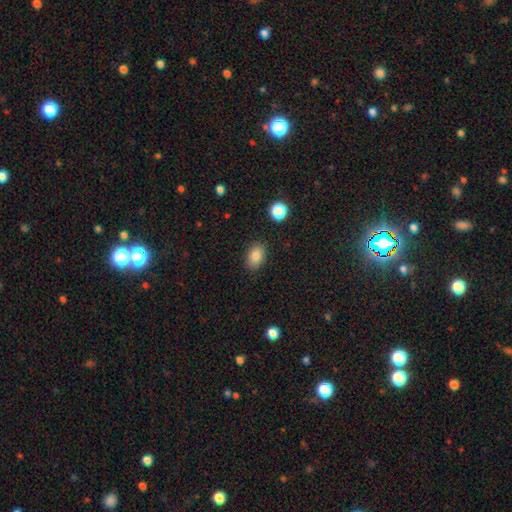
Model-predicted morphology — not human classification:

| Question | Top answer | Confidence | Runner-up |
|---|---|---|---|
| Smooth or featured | smooth | 84% | star or artifact (10%) |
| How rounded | in between | 82% | round (16%) |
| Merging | none | 85% | minor disturbance (10%) |